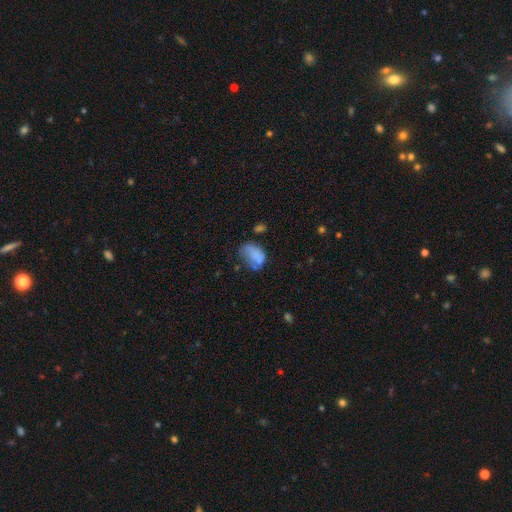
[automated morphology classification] Overall: smooth (69%). How rounded: in between (85%). Merging: minor disturbance (32%; none 31%).